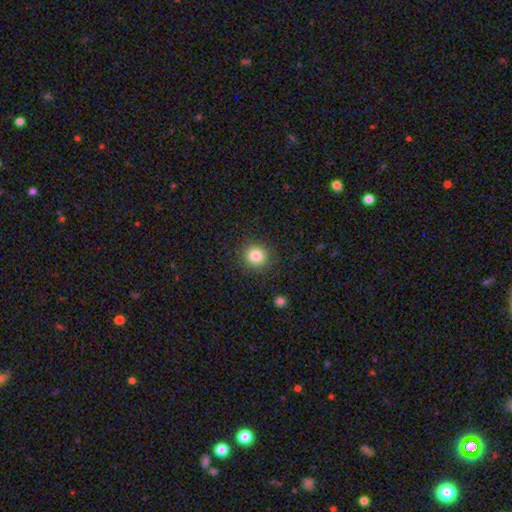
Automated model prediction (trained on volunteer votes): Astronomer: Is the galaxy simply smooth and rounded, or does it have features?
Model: smooth — 83%.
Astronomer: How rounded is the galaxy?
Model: round — 91%.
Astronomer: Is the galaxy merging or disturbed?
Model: none — 89%.